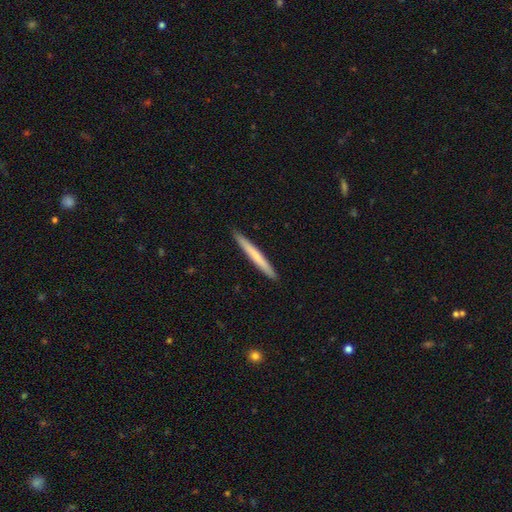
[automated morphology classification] smooth-or-featured: smooth: 63% | featured or disk: 32% | star or artifact: 5%
  how-rounded: cigar-shaped: 97% | in between: 2% | round: 1%
  merging: none: 92% | minor disturbance: 6% | major disturbance: 1% | merger: 1%